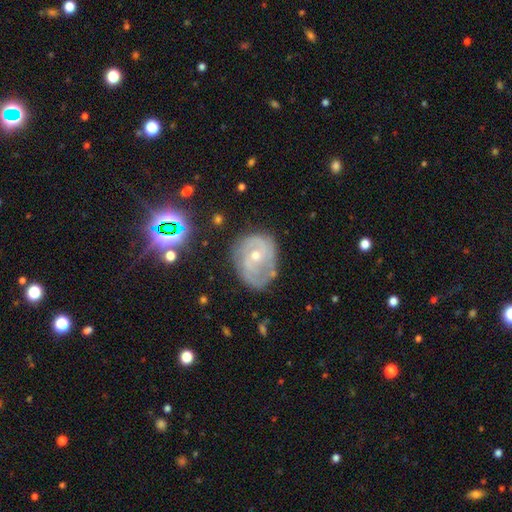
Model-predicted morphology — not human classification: smooth-or-featured: featured or disk: 73% | smooth: 16% | star or artifact: 11%
  disk-edge-on: no: 97% | yes: 3%
    bar: no: 63% | weak: 30% | strong: 8%
    has-spiral-arms: yes: 84% | no: 16%
      spiral-winding: tight: 48% | medium: 38% | loose: 14%
      spiral-arm-count: 2: 48% | can't tell: 30% | 3: 10% | 1: 7% | 4: 3% | more than 4: 2%
    bulge-size: small: 56% | moderate: 41% | none: 1% | large: 1% | dominant: 1%
  merging: none: 59% | minor disturbance: 27% | major disturbance: 11% | merger: 3%